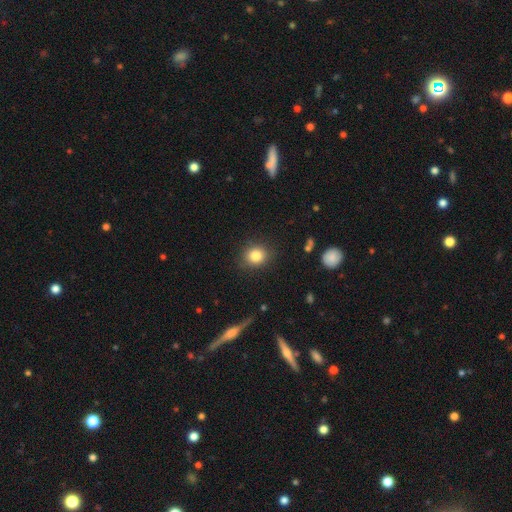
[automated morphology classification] Smooth or featured? Predicted: smooth (p=0.84). How rounded? Predicted: round (p=0.75). Merging? Predicted: none (p=0.87).